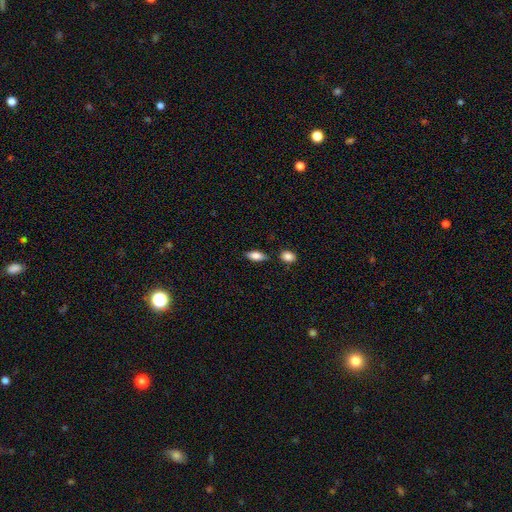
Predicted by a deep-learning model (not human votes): Smooth or featured: smooth — 81% (featured or disk — 12%)
How rounded: in between — 82% (cigar-shaped — 15%)
Merging: none — 79% (minor disturbance — 12%)